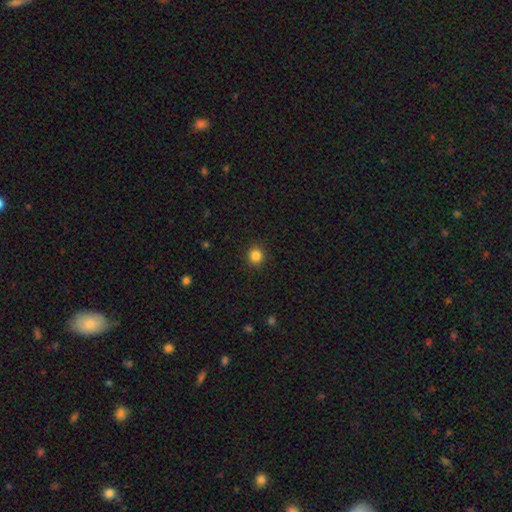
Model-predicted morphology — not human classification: type=smooth (85%); roundness=round (90%); merging=none (91%).